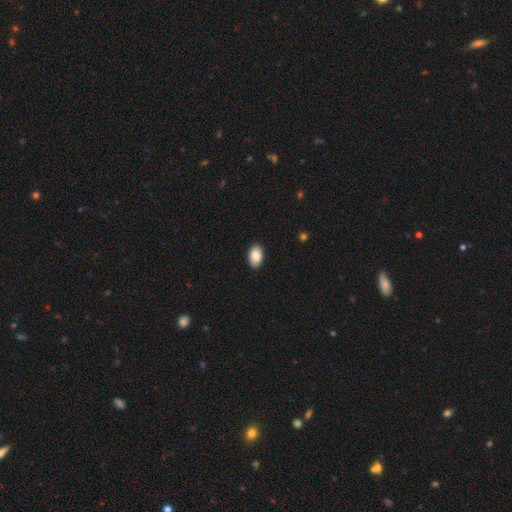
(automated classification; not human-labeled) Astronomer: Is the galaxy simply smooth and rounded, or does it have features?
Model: smooth — 87%.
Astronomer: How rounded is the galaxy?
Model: in between — 92%.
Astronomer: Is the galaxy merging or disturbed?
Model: none — 90%.